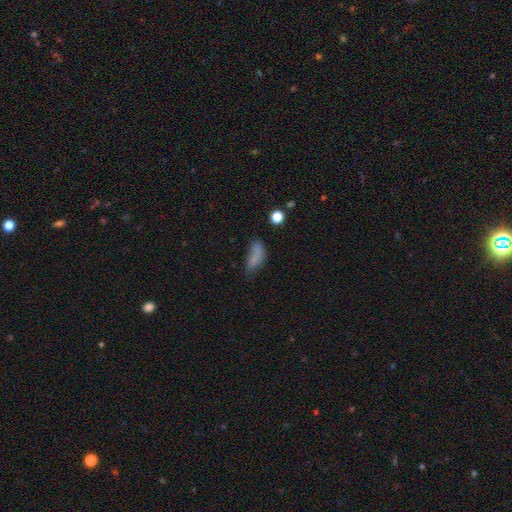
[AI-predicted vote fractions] A smooth galaxy with no disk features (75%) that is in between round and cigar-shaped (80%).

Vote fractions:
- Smooth or featured? smooth: 75% / star or artifact: 14% / featured or disk: 12%
- How rounded? in between: 80% / cigar-shaped: 16% / round: 5%
- Merging? none: 45% / minor disturbance: 30% / major disturbance: 18% / merger: 7%